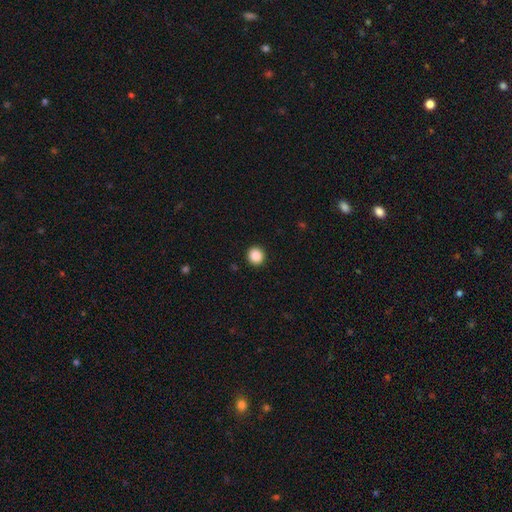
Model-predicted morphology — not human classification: This appears to be a smooth galaxy with no disk features (88%) that is round (90%). Merging: none (92%).